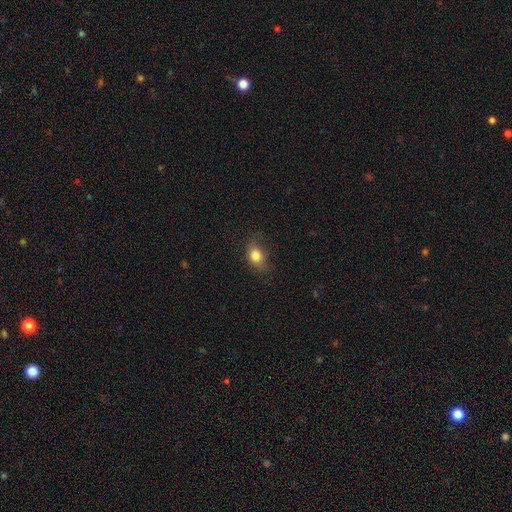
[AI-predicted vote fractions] smooth_or_featured: smooth (p=0.82) [alt: star or artifact p=0.10]
how_rounded: in between (p=0.65) [alt: round p=0.34]
merging: none (p=0.68) [alt: minor disturbance p=0.23]